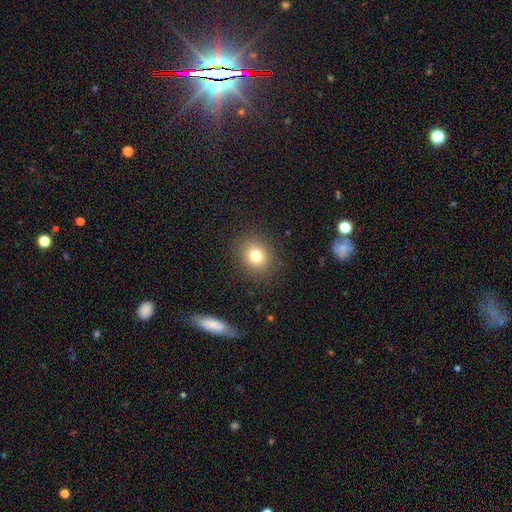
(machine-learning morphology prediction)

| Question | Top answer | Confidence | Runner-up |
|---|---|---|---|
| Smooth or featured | smooth | 77% | star or artifact (13%) |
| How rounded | round | 67% | in between (32%) |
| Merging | none | 88% | minor disturbance (8%) |